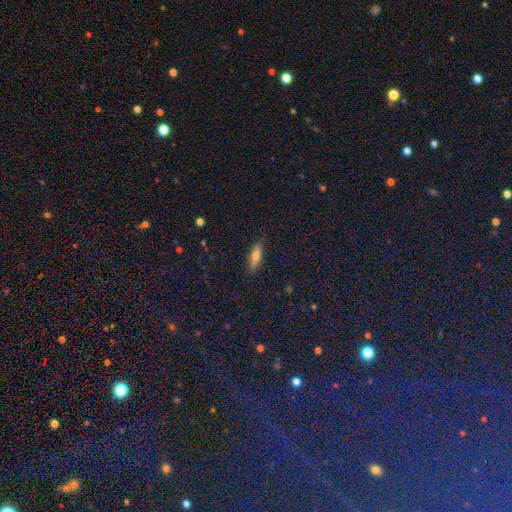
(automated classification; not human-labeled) smooth-or-featured: smooth: 63% | featured or disk: 28% | star or artifact: 9%
  how-rounded: cigar-shaped: 56% | in between: 41% | round: 3%
  merging: none: 87% | minor disturbance: 10% | major disturbance: 2% | merger: 1%